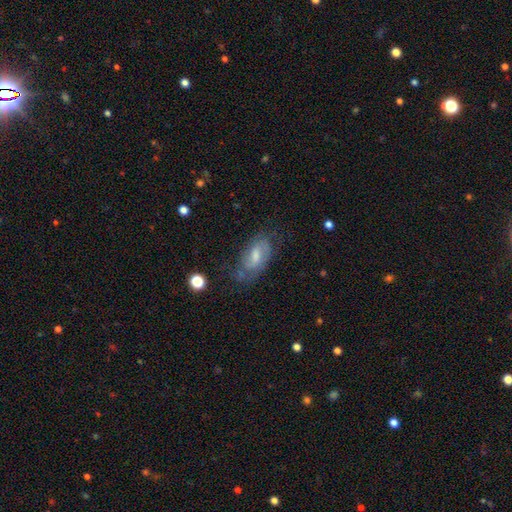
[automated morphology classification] The model was most divided on "bar": weak: 54%, no: 34%, strong: 12%. More confident: edge-on disk — no (92%); spiral arms — yes (82%); smooth or featured — featured or disk (59%); merging — none (58%); bulge size — moderate (51%).